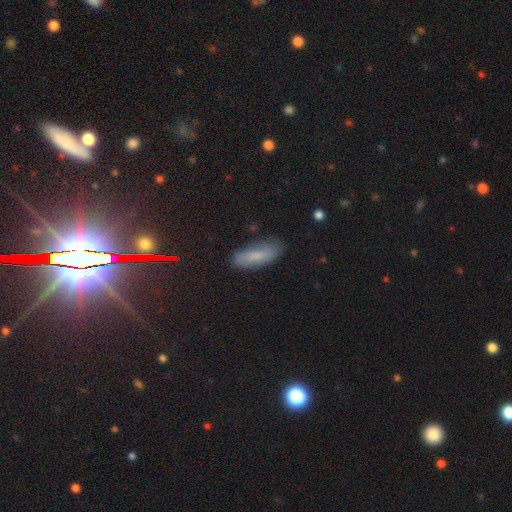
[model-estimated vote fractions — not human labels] Smooth or featured: smooth — 73% (featured or disk — 15%)
How rounded: in between — 64% (cigar-shaped — 33%)
Merging: none — 77% (minor disturbance — 18%)